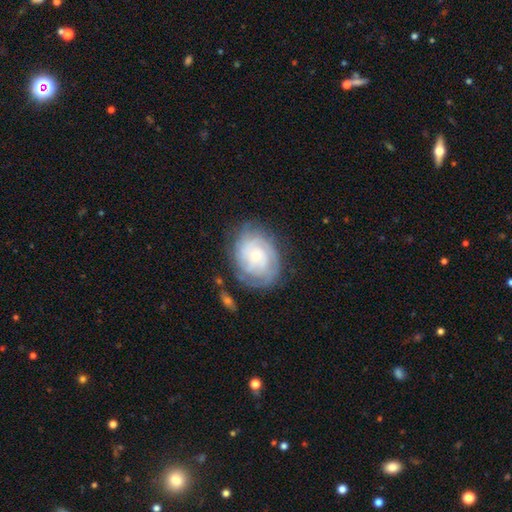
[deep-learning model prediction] Morphology: type=featured or disk (78%); edge-on=no (97%); bar=no (76%); spiral arms=yes (92%); winding=tight (74%); arm count=can't tell (41%); bulge=small (61%); merging=none (73%).